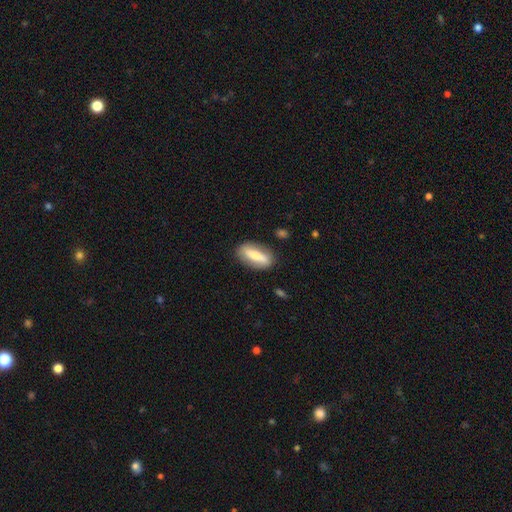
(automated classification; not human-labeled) Morphology: type=smooth (62%); roundness=in between (70%); merging=none (82%).